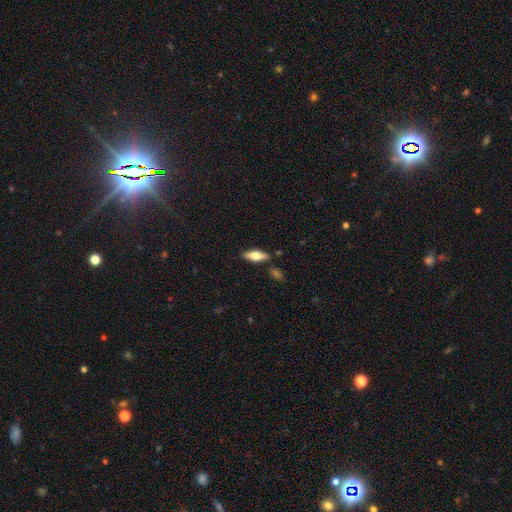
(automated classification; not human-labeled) Smooth or featured: smooth — 64% (featured or disk — 30%)
How rounded: in between — 67% (cigar-shaped — 30%)
Merging: none — 83% (minor disturbance — 10%)